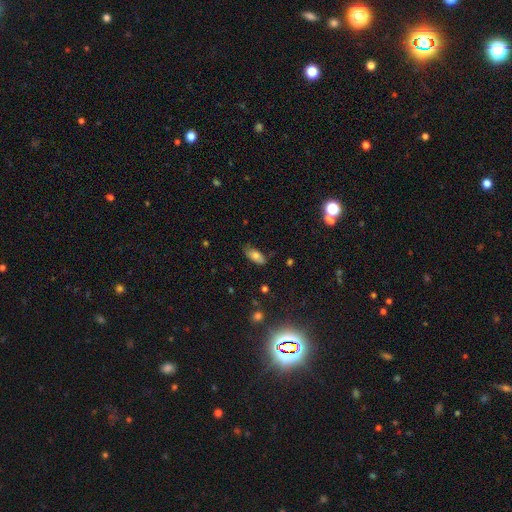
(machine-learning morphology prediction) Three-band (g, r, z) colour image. It shows a smooth galaxy with no disk features (73%) that is in between round and cigar-shaped (87%). Merging: none (73%).